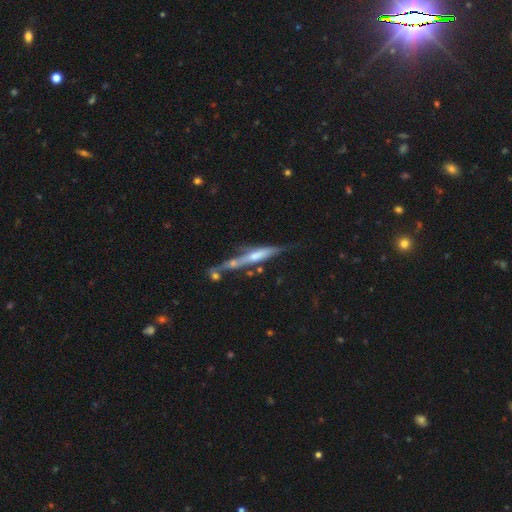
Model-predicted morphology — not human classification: Smooth or featured? featured or disk (57%)
Edge-on disk? yes (86%)
Merging? none (45%)